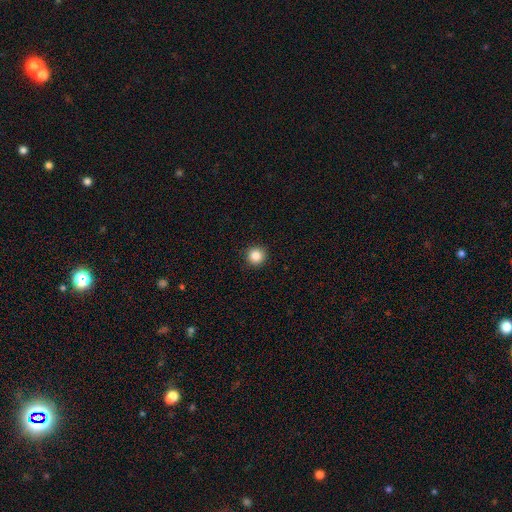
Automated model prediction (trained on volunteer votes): Smooth or featured? Predicted: smooth (p=0.85). How rounded? Predicted: round (p=0.95). Merging? Predicted: none (p=0.93).